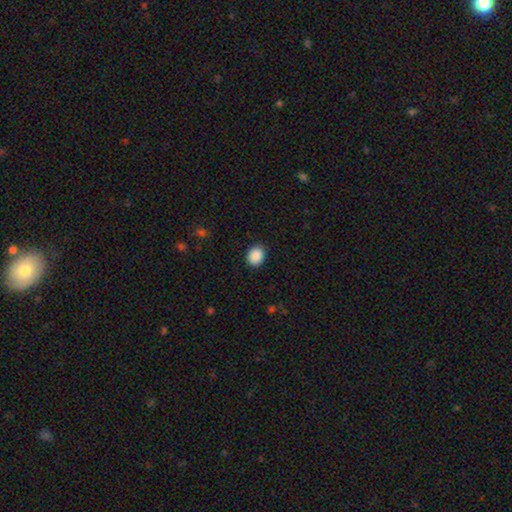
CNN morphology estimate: This appears to be a smooth galaxy with no disk features (90%) that is round (58%). Merging: none (87%).